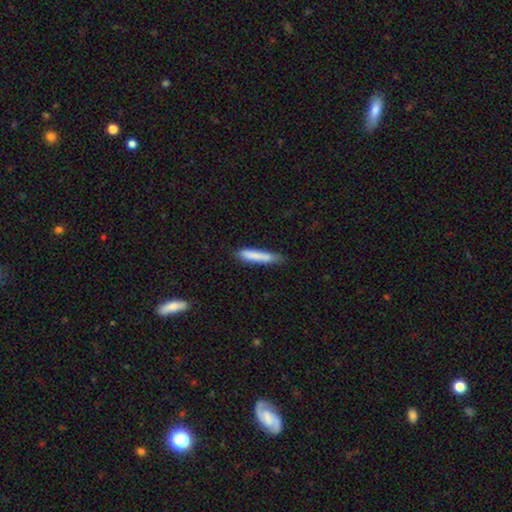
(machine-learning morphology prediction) type=smooth (81%); roundness=cigar-shaped (90%); merging=none (69%).